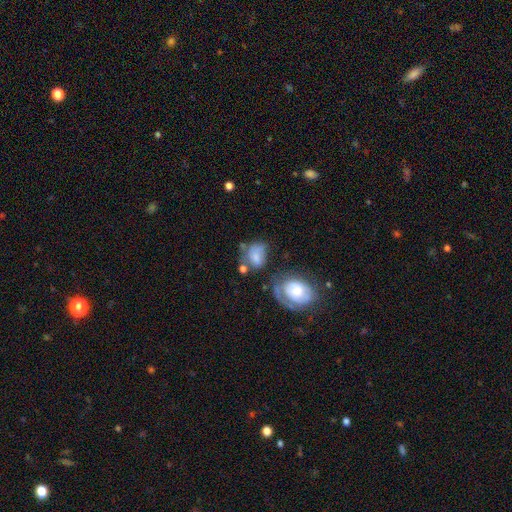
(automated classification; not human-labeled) smooth 65%, featured or disk 25%, star or artifact 9%. Down the decision tree: how rounded — in between (63%); merging — none (37%).